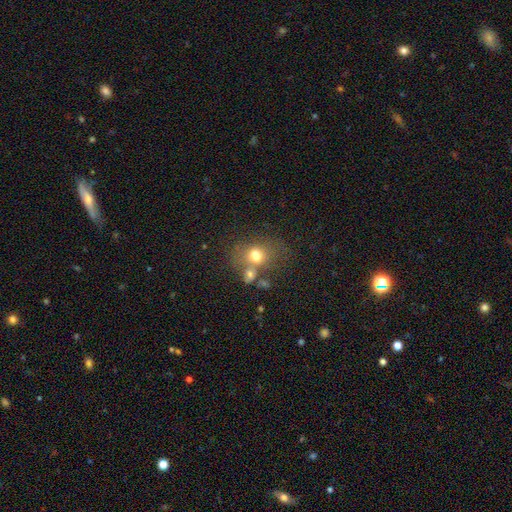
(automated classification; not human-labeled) Smooth or featured?
  - smooth: 69% *
  - featured or disk: 17%
  - star or artifact: 14%
How rounded?
  - round: 57% *
  - in between: 42%
  - cigar-shaped: 1%
Merging?
  - none: 48% *
  - merger: 28%
  - minor disturbance: 15%
  - major disturbance: 9%